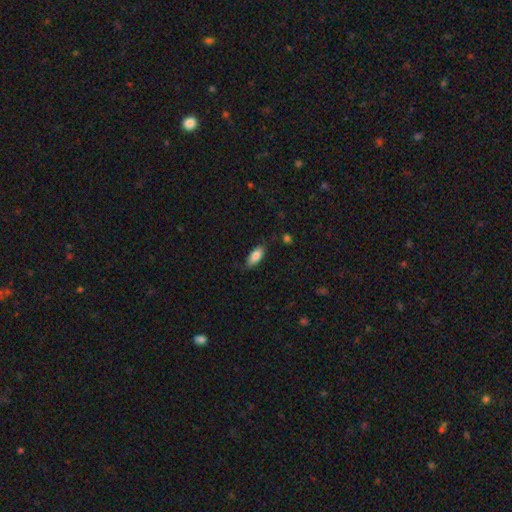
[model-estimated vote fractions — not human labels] smooth_or_featured: smooth (p=0.82) [alt: featured or disk p=0.11]
how_rounded: in between (p=0.80) [alt: cigar-shaped p=0.18]
merging: none (p=0.81) [alt: minor disturbance p=0.15]